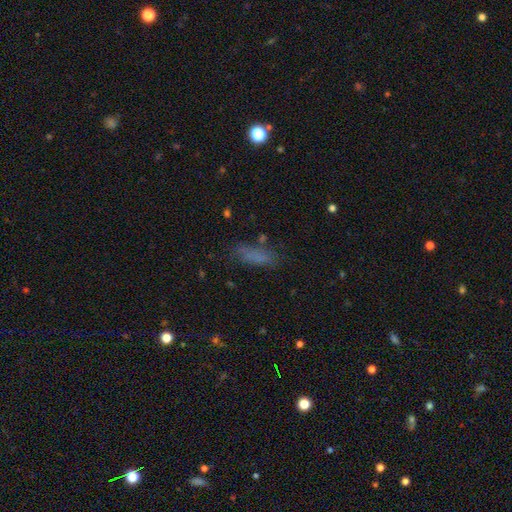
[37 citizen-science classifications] This is likely a smooth galaxy (65%). How rounded: likely in between (75%). Merging: likely none (74%).